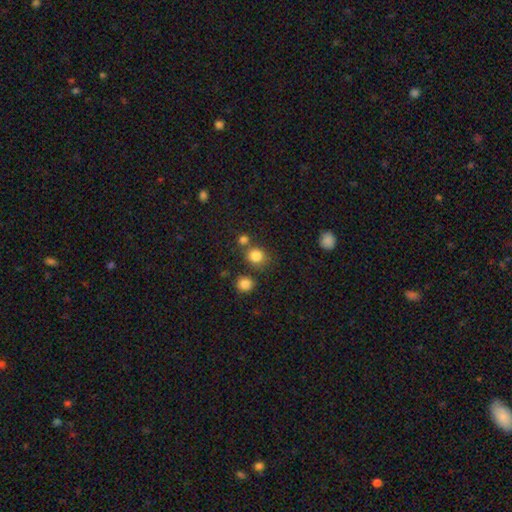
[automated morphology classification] smooth-or-featured: smooth: 83% | star or artifact: 12% | featured or disk: 5%
  how-rounded: round: 79% | in between: 20% | cigar-shaped: 1%
  merging: none: 66% | merger: 17% | minor disturbance: 11% | major disturbance: 5%